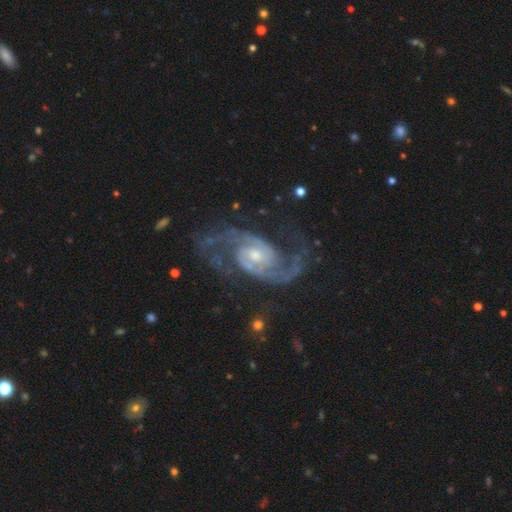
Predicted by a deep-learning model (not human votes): smooth-or-featured: featured or disk: 93% | star or artifact: 4% | smooth: 3%
  disk-edge-on: no: 97% | yes: 3%
    bar: no: 51% | weak: 39% | strong: 10%
    has-spiral-arms: yes: 98% | no: 2%
      spiral-winding: medium: 55% | tight: 23% | loose: 21%
      spiral-arm-count: 2: 89% | 3: 3% | can't tell: 3% | 1: 2% | 4: 2% | more than 4: 2%
    bulge-size: moderate: 51% | small: 43% | large: 4% | none: 2% | dominant: 1%
  merging: none: 71% | minor disturbance: 16% | major disturbance: 11% | merger: 2%